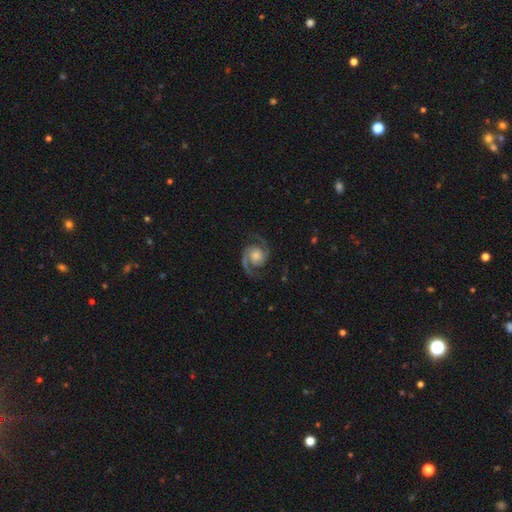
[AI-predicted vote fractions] smooth_or_featured: featured or disk (p=0.92) [alt: star or artifact p=0.04]
disk_edge_on: no (p=0.98) [alt: yes p=0.02]
bar: no (p=0.73) [alt: weak p=0.21]
has_spiral_arms: yes (p=0.99) [alt: no p=0.01]
spiral_winding: medium (p=0.58) [alt: tight p=0.27]
spiral_arm_count: 2 (p=0.94) [alt: can't tell p=0.01]
bulge_size: moderate (p=0.46) [alt: small p=0.25]
merging: none (p=0.83) [alt: minor disturbance p=0.11]